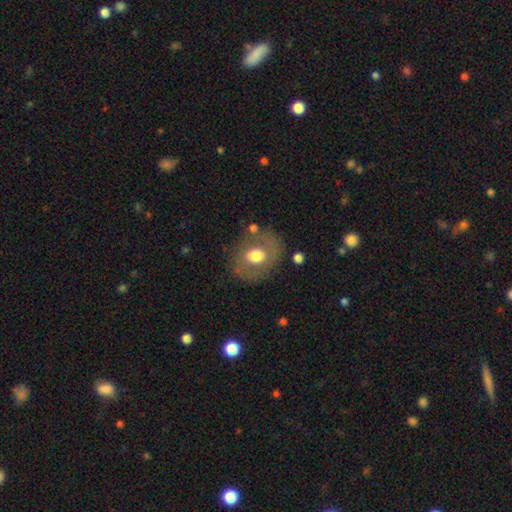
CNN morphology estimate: Smooth or featured? smooth (55%)
How rounded? round (53%)
Merging? none (74%)